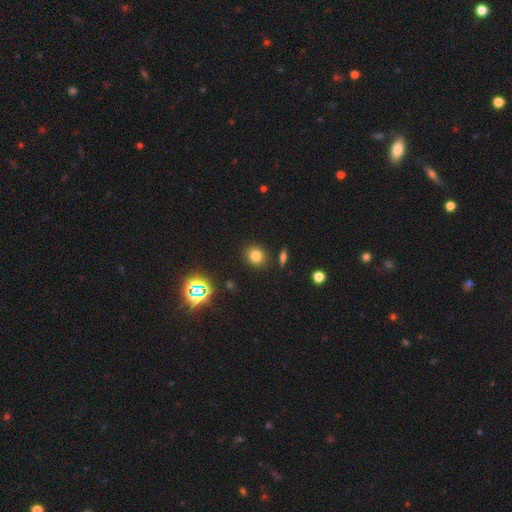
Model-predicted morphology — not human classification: type=smooth (76%); roundness=round (74%); merging=none (88%).